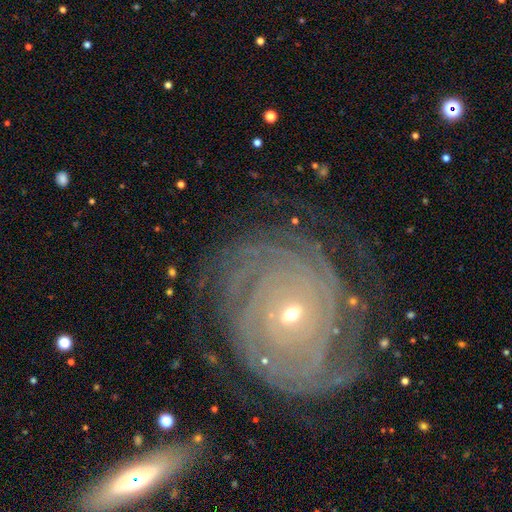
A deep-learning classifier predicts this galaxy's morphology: A featured or disk galaxy (88%) with no bar (74%), tight (85%) spiral arms (97%) and a small central bulge (69%). Merging: none (76%).